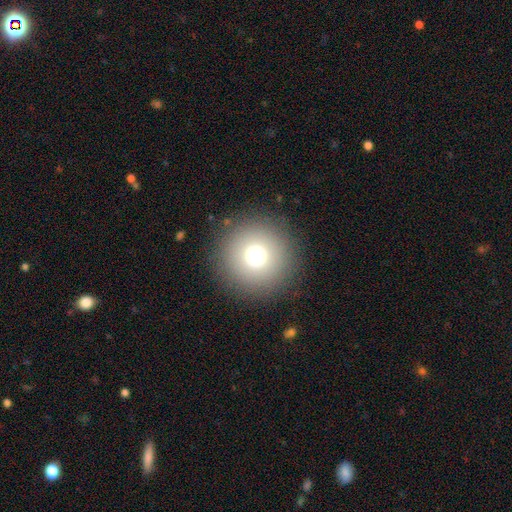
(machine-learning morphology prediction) smooth-or-featured: smooth: 75% | star or artifact: 14% | featured or disk: 11%
  how-rounded: round: 97% | in between: 2% | cigar-shaped: 1%
  merging: none: 91% | minor disturbance: 5% | major disturbance: 3% | merger: 1%